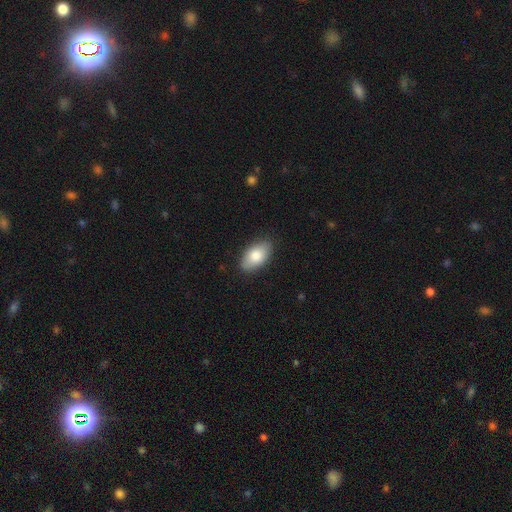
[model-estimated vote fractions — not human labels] This appears to be a smooth galaxy with no disk features (81%) that is in between round and cigar-shaped (94%). Merging: none (86%).